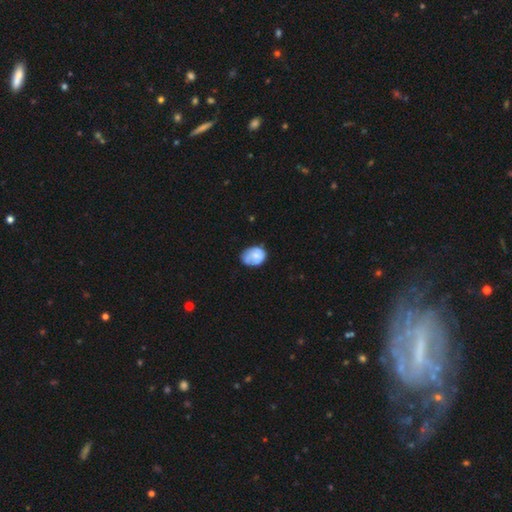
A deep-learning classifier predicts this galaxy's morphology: Smooth or featured? smooth (63%)
How rounded? in between (60%)
Merging? none (54%)